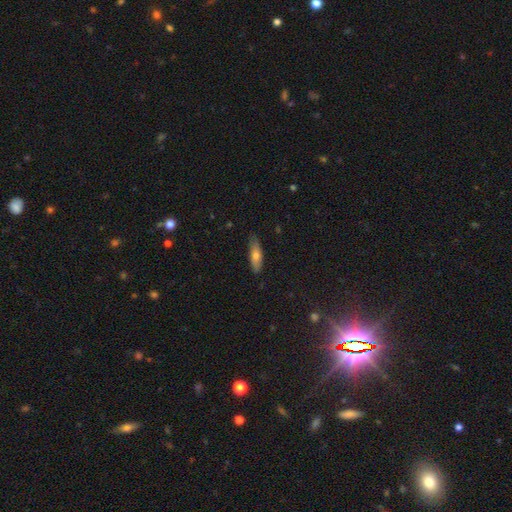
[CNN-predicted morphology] smooth 69%, featured or disk 25%, star or artifact 6%. Down the decision tree: how rounded — cigar-shaped (55%); merging — none (81%).